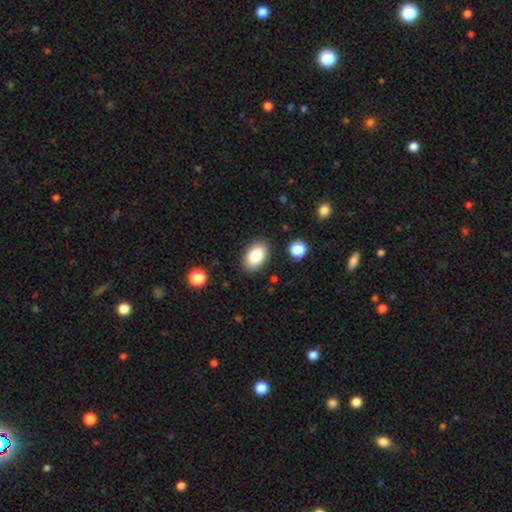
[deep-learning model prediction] Smooth or featured? Predicted: smooth (p=0.84). How rounded? Predicted: in between (p=0.91). Merging? Predicted: none (p=0.87).